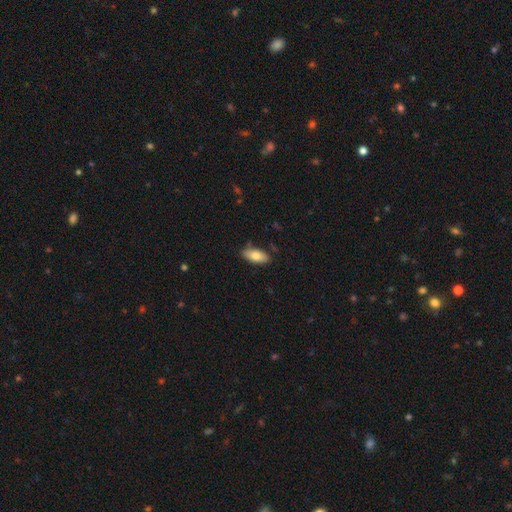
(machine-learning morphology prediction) This is likely a smooth galaxy (79%). How rounded: clearly in between (86%). Merging: clearly none (83%).